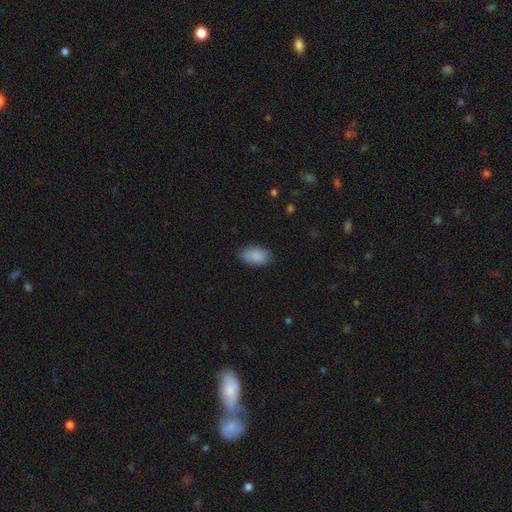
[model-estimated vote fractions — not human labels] Overall: smooth (87%). How rounded: in between (92%). Merging: none (81%).